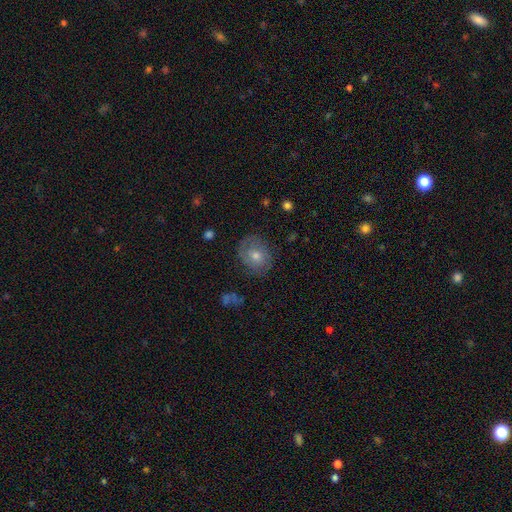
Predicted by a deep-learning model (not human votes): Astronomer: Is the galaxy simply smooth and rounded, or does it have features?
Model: smooth — 50% (runner-up: featured or disk, 41%).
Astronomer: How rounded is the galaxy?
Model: round — 55% (runner-up: in between, 44%).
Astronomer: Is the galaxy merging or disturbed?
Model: none — 75%.